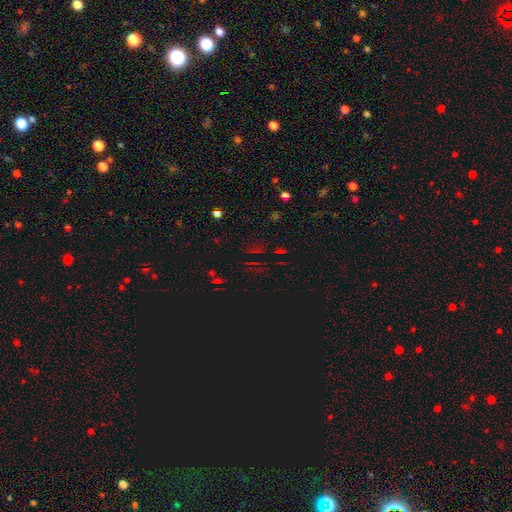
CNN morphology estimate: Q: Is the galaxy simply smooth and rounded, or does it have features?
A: star or artifact — 76%.